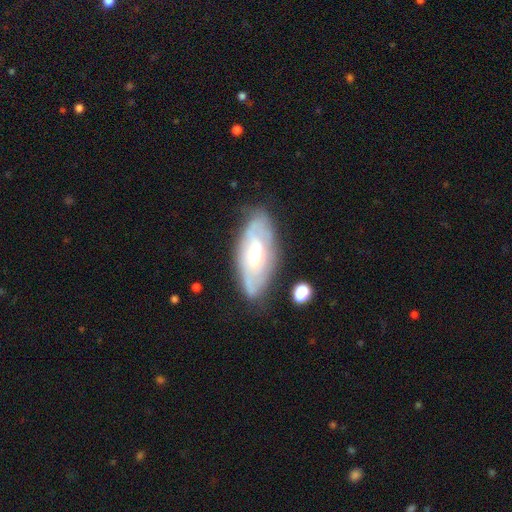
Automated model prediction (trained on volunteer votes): smooth-or-featured: featured or disk: 71% | smooth: 23% | star or artifact: 6%
  disk-edge-on: no: 85% | yes: 15%
    bar: no: 53% | weak: 33% | strong: 14%
    has-spiral-arms: yes: 72% | no: 28%
    bulge-size: moderate: 72% | small: 16% | large: 10% | dominant: 1% | none: 1%
  merging: none: 76% | minor disturbance: 17% | major disturbance: 5% | merger: 3%